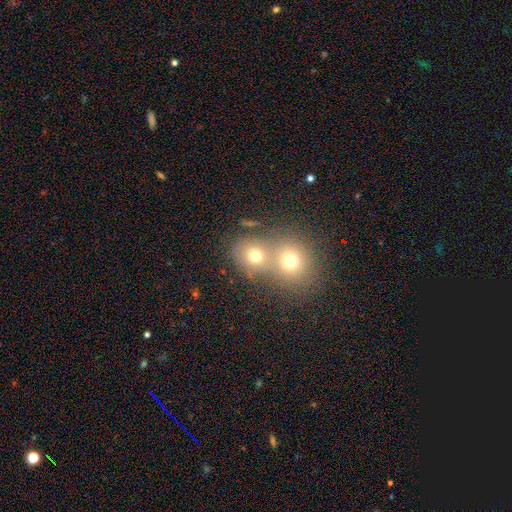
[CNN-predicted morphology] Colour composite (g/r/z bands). It shows a smooth galaxy with no disk features (69%) that is round (73%). Merging: merger (57%).